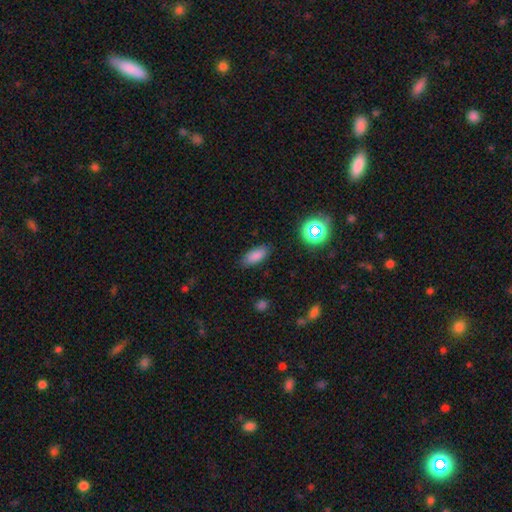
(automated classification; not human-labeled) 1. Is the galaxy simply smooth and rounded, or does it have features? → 82% smooth, 11% star or artifact, 6% featured or disk.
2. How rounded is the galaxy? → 85% in between, 11% cigar-shaped, 3% round.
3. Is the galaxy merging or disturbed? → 85% none, 11% minor disturbance, 3% major disturbance, 1% merger.